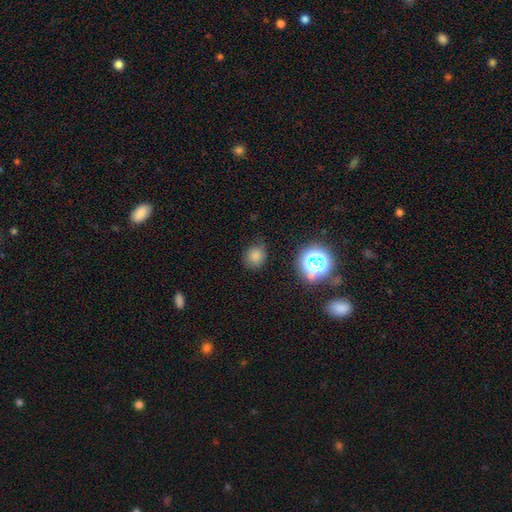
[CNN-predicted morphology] Q: Smooth or featured?
A: smooth (76%); runner-up: star or artifact (18%)
Q: How rounded?
A: round (77%); runner-up: in between (22%)
Q: Merging?
A: none (76%); runner-up: minor disturbance (17%)